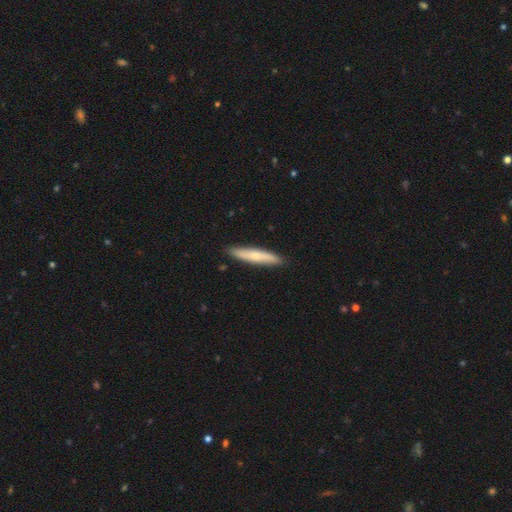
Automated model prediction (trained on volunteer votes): Smooth or featured? Predicted: smooth (p=0.60). How rounded? Predicted: cigar-shaped (p=0.92). Merging? Predicted: none (p=0.90).